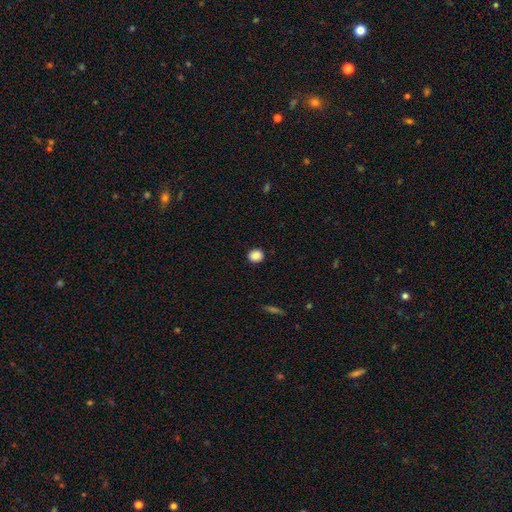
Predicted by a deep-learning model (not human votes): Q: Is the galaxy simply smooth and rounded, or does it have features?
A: smooth — 87%.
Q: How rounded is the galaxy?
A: round — 83%.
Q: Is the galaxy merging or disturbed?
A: none — 91%.